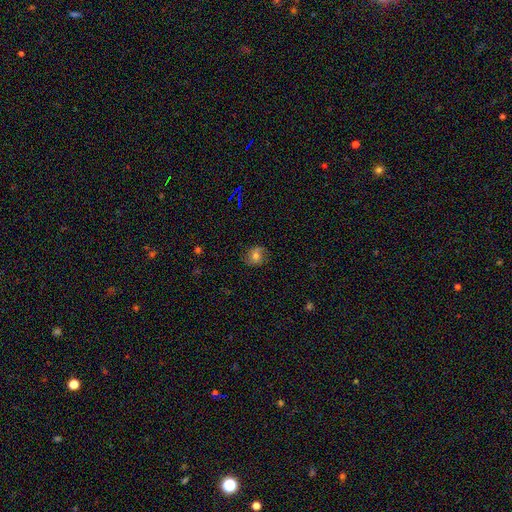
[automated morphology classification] Smooth or featured: smooth — 52% (featured or disk — 33%)
How rounded: round — 75% (in between — 24%)
Merging: none — 75% (minor disturbance — 18%)